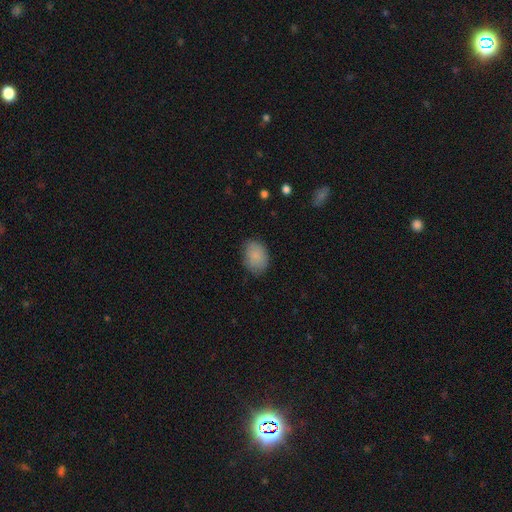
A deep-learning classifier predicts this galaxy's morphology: Smooth or featured? smooth (86%)
How rounded? in between (75%)
Merging? none (80%)